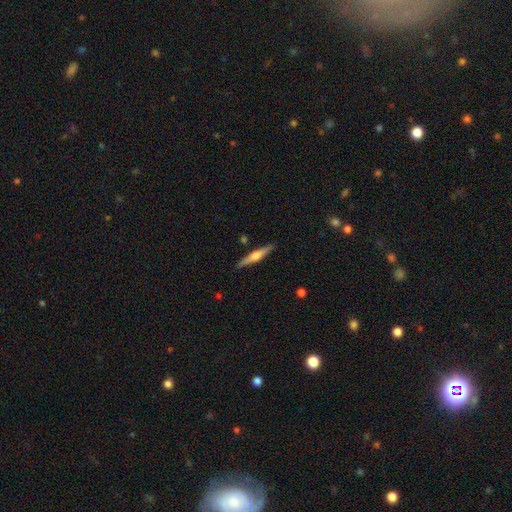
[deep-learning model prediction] Smooth or featured? Predicted: featured or disk (p=0.64). Edge-on disk? Predicted: yes (p=0.98). Edge-on bulge? Predicted: rounded (p=0.85). Merging? Predicted: none (p=0.89).